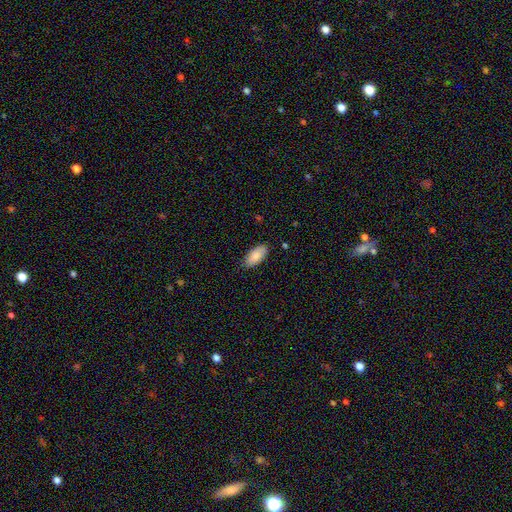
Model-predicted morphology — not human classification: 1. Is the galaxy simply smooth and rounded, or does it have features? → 86% smooth, 8% featured or disk, 6% star or artifact.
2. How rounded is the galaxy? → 92% in between, 7% cigar-shaped, 2% round.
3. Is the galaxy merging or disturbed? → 80% none, 17% minor disturbance, 3% major disturbance, 1% merger.